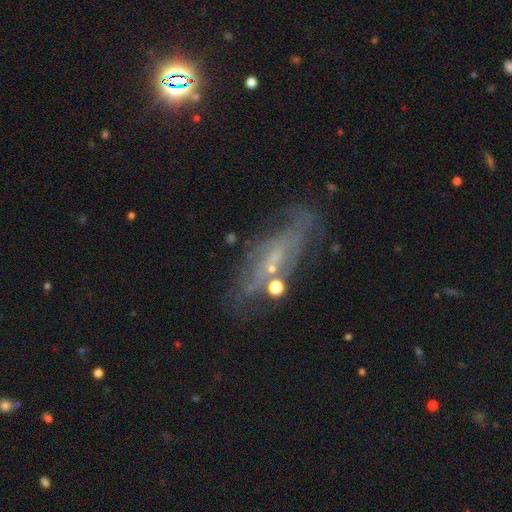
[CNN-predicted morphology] smooth_or_featured: featured or disk (p=0.61) [alt: smooth p=0.22]
disk_edge_on: no (p=0.60) [alt: yes p=0.40]
merging: none (p=0.63) [alt: minor disturbance p=0.20]